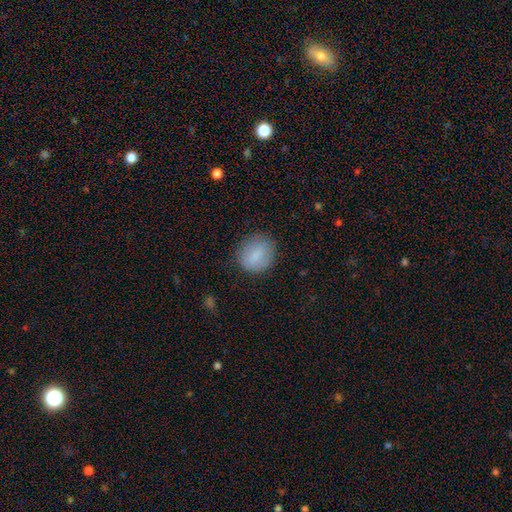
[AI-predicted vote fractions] smooth-or-featured: smooth: 84% | featured or disk: 8% | star or artifact: 7%
  how-rounded: round: 71% | in between: 28% | cigar-shaped: 1%
  merging: none: 81% | minor disturbance: 14% | major disturbance: 4% | merger: 1%